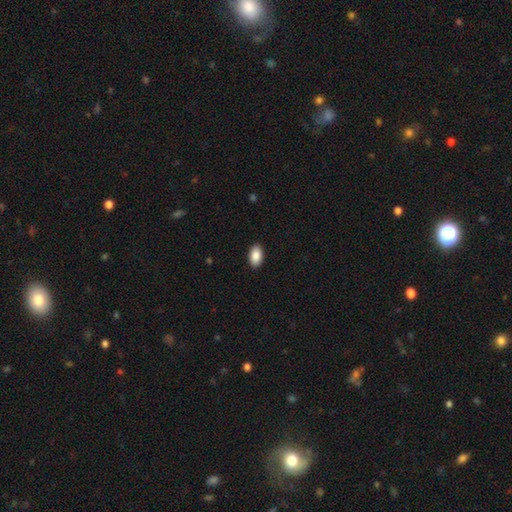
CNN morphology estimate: Overall: smooth (89%). How rounded: in between (94%). Merging: none (90%).